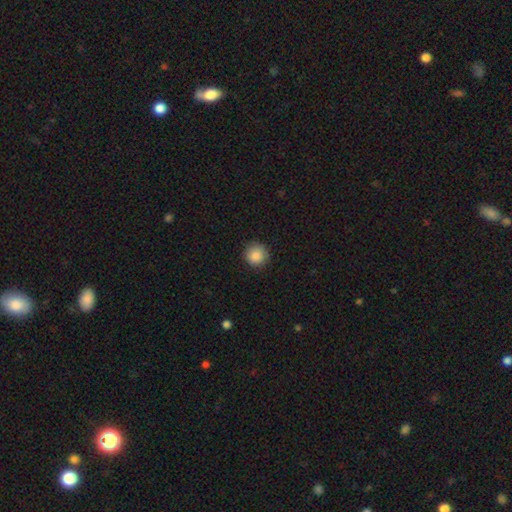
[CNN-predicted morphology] Smooth or featured? smooth (88%)
How rounded? round (94%)
Merging? none (87%)